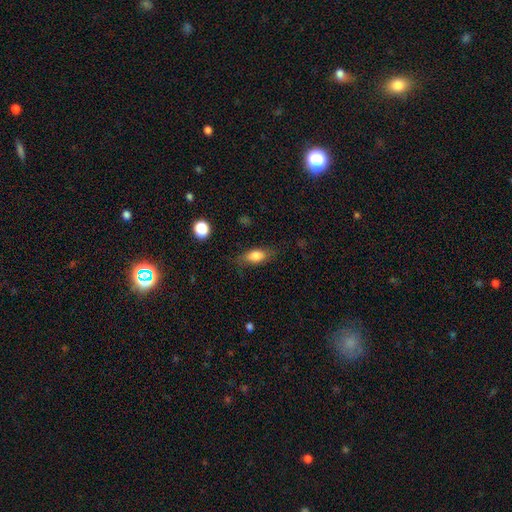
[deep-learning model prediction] smooth 77%, featured or disk 15%, star or artifact 9%. Down the decision tree: how rounded — in between (80%); merging — none (71%).